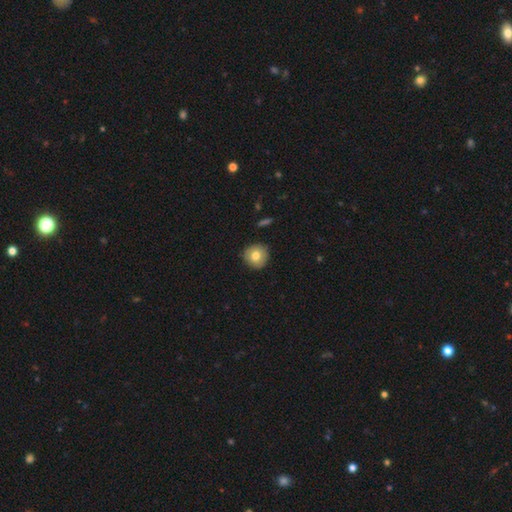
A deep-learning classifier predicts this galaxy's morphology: The model was most divided on "smooth or featured": smooth: 77%, featured or disk: 14%, star or artifact: 9%. More confident: how rounded — round (94%); merging — none (89%).